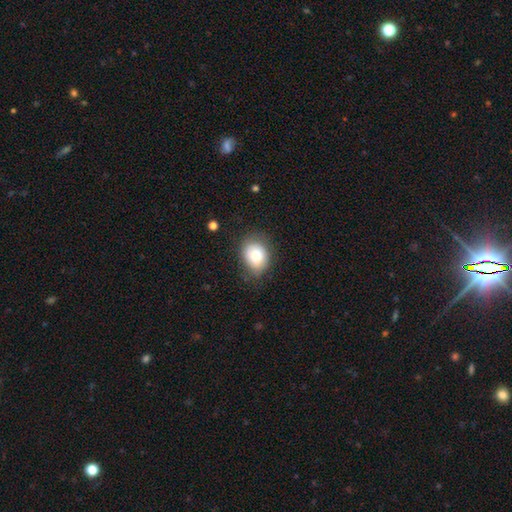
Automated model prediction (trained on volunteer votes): Overall: smooth (80%). How rounded: in between (58%; round 42%). Merging: none (74%).